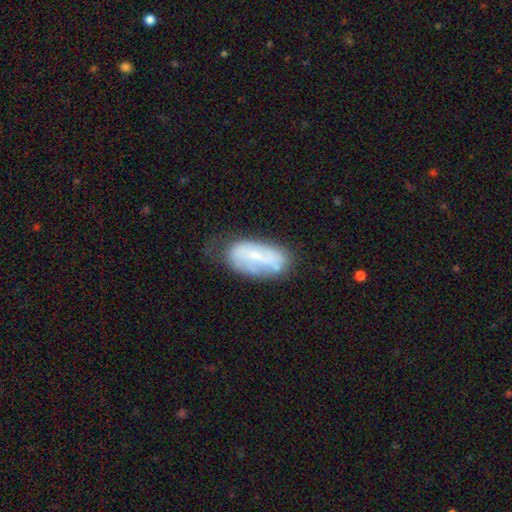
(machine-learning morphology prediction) A featured or disk galaxy (54%) with no bar (52%), spiral arms (61%) and a small central bulge (68%).

Vote fractions:
- Smooth or featured? featured or disk: 54% / smooth: 38% / star or artifact: 7%
- Edge-on disk? no: 93% / yes: 7%
- Bar? no: 52% / weak: 34% / strong: 14%
- Spiral arms? yes: 61% / no: 39%
- Bulge size? small: 68% / moderate: 23% / none: 6% / large: 2% / dominant: 1%
- Merging? none: 57% / minor disturbance: 29% / major disturbance: 10% / merger: 4%